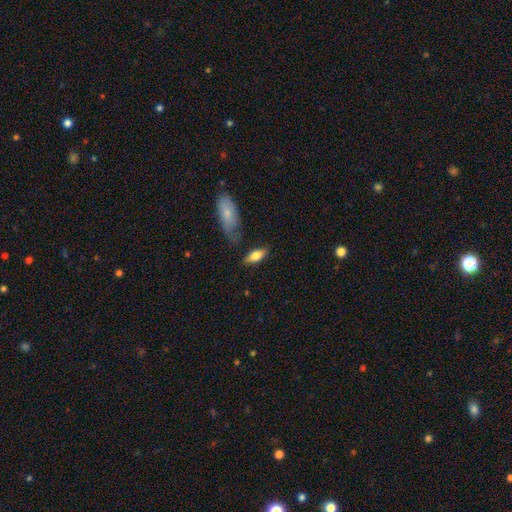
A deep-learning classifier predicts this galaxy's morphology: smooth_or_featured: smooth (p=0.66) [alt: featured or disk p=0.28]
how_rounded: in between (p=0.73) [alt: cigar-shaped p=0.24]
merging: none (p=0.73) [alt: minor disturbance p=0.17]